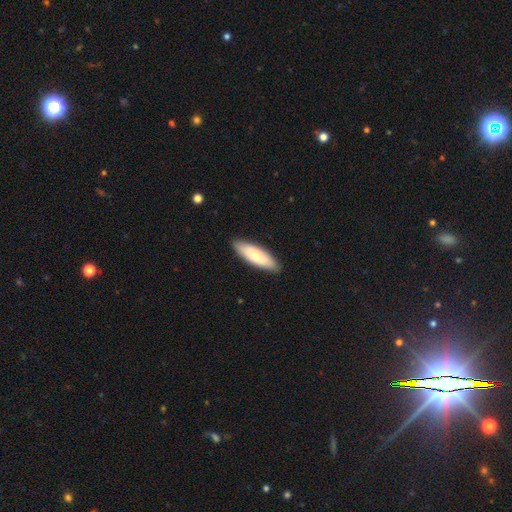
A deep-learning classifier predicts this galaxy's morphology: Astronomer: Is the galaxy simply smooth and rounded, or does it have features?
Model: smooth — 75%.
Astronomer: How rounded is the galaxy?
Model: in between — 52% (runner-up: cigar-shaped, 46%).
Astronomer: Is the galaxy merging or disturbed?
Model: none — 88%.